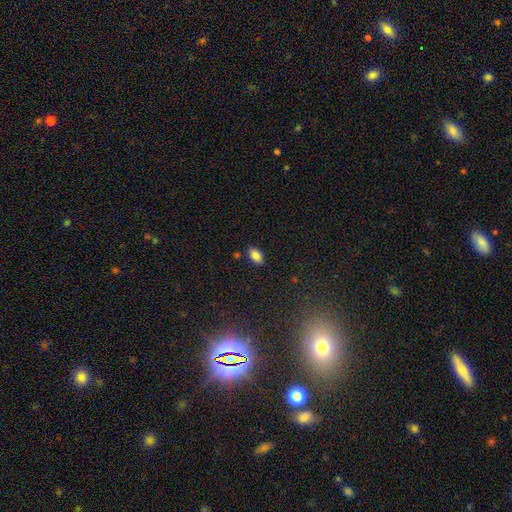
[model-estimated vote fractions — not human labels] smooth_or_featured: smooth (p=0.84) [alt: star or artifact p=0.09]
how_rounded: in between (p=0.91) [alt: round p=0.05]
merging: none (p=0.85) [alt: minor disturbance p=0.10]